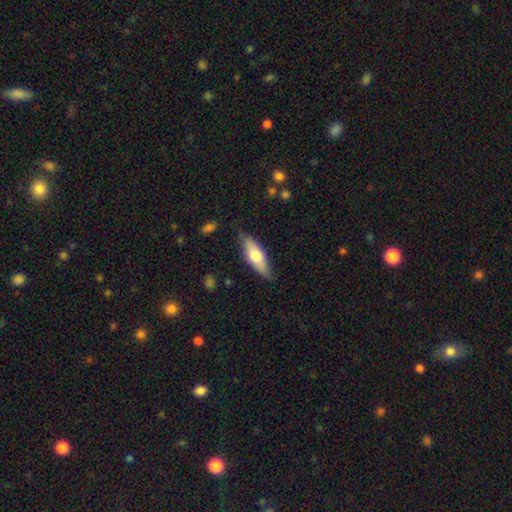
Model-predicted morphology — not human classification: Smooth or featured? smooth (63%)
How rounded? in between (61%)
Merging? none (76%)